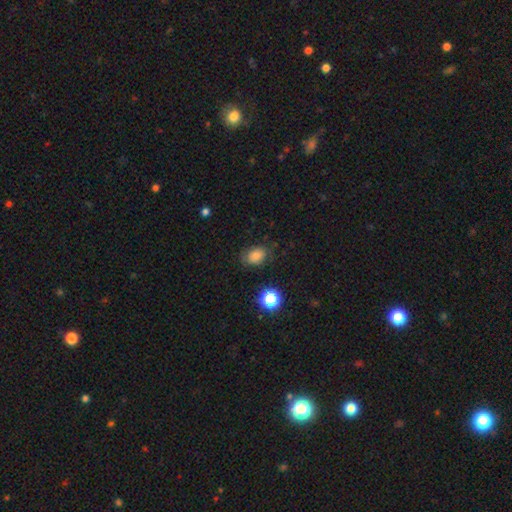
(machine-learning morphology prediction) Overall: smooth (77%). How rounded: in between (71%). Merging: none (73%).